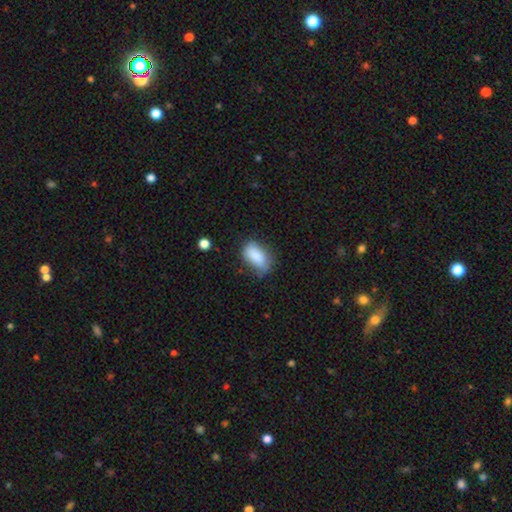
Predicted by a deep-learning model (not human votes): Overall: smooth (85%). How rounded: in between (91%). Merging: none (58%; minor disturbance 31%).